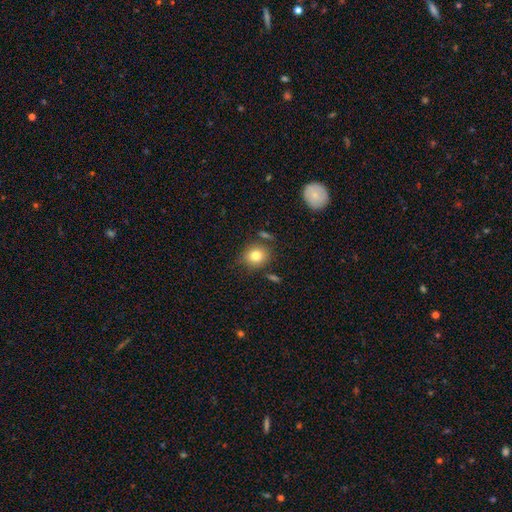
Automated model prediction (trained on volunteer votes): The model was most divided on "how rounded": round: 77%, in between: 22%, cigar-shaped: 1%. More confident: smooth or featured — smooth (81%); merging — none (76%).